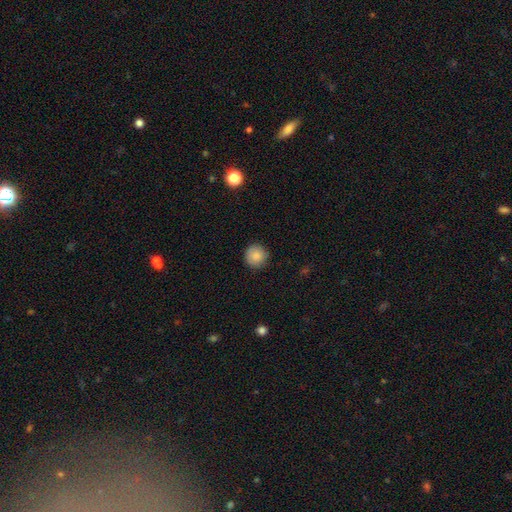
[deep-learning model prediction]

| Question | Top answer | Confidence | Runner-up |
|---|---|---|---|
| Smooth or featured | smooth | 86% | star or artifact (8%) |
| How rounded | round | 94% | in between (5%) |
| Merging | none | 88% | minor disturbance (9%) |